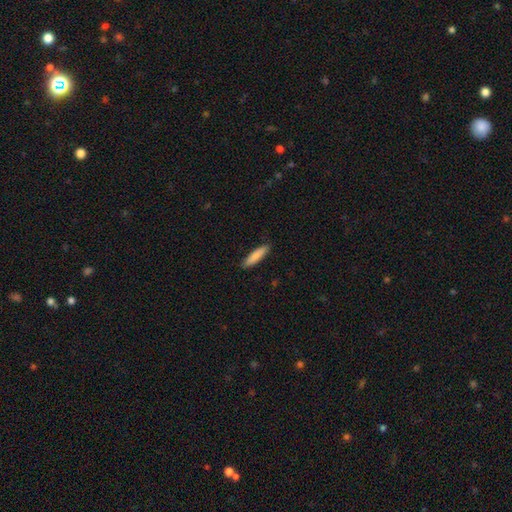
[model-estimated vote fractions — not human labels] Overall: smooth (85%). How rounded: cigar-shaped (82%). Merging: none (89%).